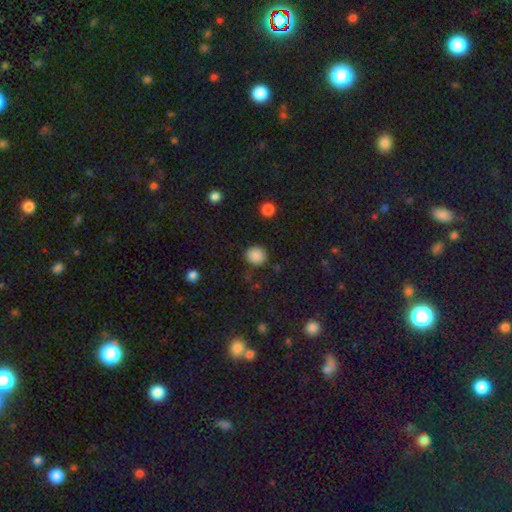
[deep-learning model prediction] smooth 87%, star or artifact 10%, featured or disk 4%. Down the decision tree: how rounded — round (87%); merging — none (86%).